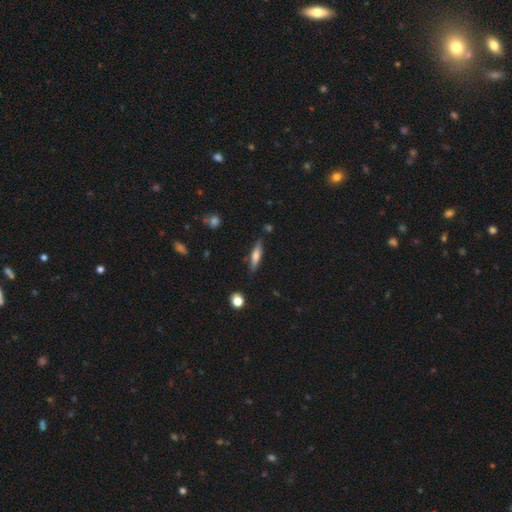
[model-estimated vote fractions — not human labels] A smooth galaxy with no disk features (58%) that is cigar-shaped (78%). Merging: none (83%).